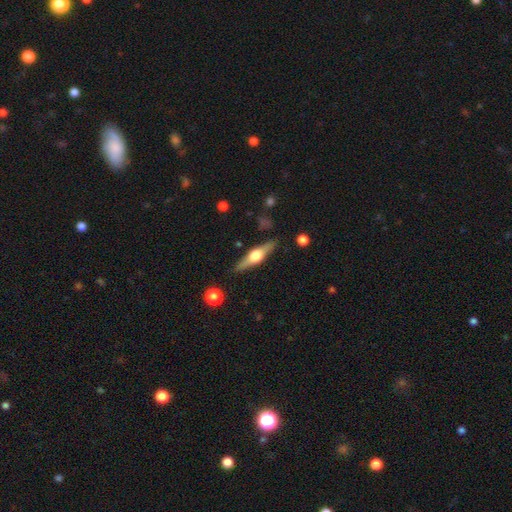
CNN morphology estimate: A featured or disk galaxy (72%) viewed edge-on (97%) with a rounded central bulge (94%). Merging: none (88%).